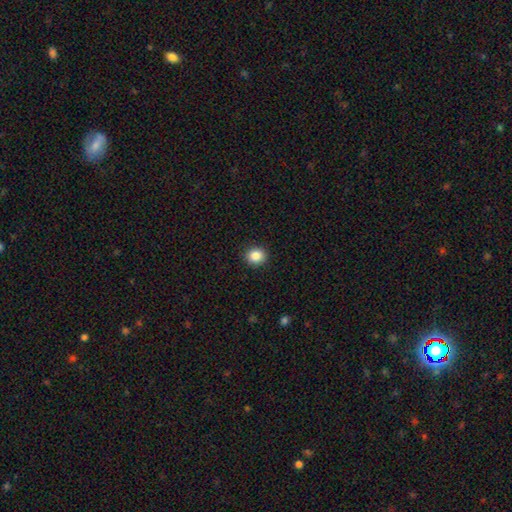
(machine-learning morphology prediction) The model was most divided on "how rounded": round: 84%, in between: 16%, cigar-shaped: 1%. More confident: merging — none (92%); smooth or featured — smooth (86%).